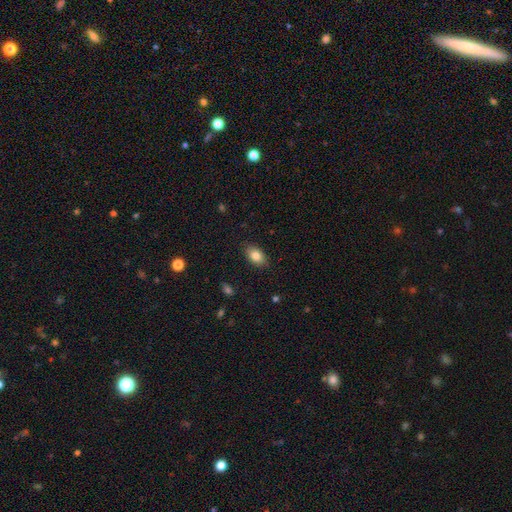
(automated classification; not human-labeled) A smooth galaxy with no disk features (84%) that is in between round and cigar-shaped (89%).

Vote fractions:
- Smooth or featured? smooth: 84% / featured or disk: 8% / star or artifact: 8%
- How rounded? in between: 89% / round: 9% / cigar-shaped: 2%
- Merging? none: 86% / minor disturbance: 11% / major disturbance: 2% / merger: 1%